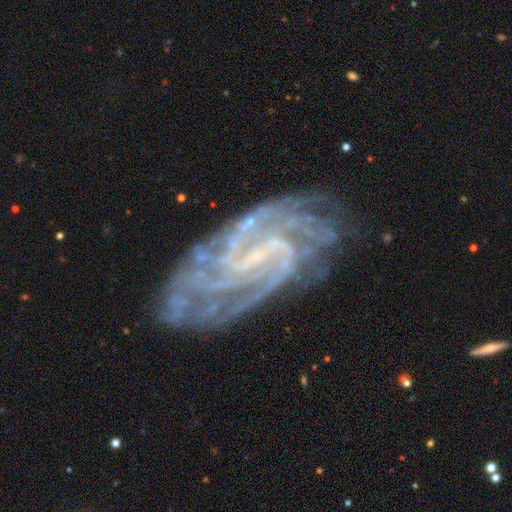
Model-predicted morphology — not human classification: Smooth or featured?
  - featured or disk: 88% *
  - star or artifact: 7%
  - smooth: 5%
Edge-on disk?
  - no: 96% *
  - yes: 4%
Bar?
  - weak: 43% *
  - strong: 29%
  - no: 28%
Spiral arms?
  - yes: 97% *
  - no: 3%
Spiral winding?
  - tight: 58% *
  - medium: 34%
  - loose: 8%
Spiral arm count?
  - can't tell: 24% *
  - 2: 20%
  - 4: 18%
  - 3: 18%
  - more than 4: 11%
  - 1: 9%
Bulge size?
  - small: 57% *
  - none: 35%
  - moderate: 6%
  - large: 1%
  - dominant: 1%
Merging?
  - none: 74% *
  - minor disturbance: 16%
  - major disturbance: 7%
  - merger: 2%